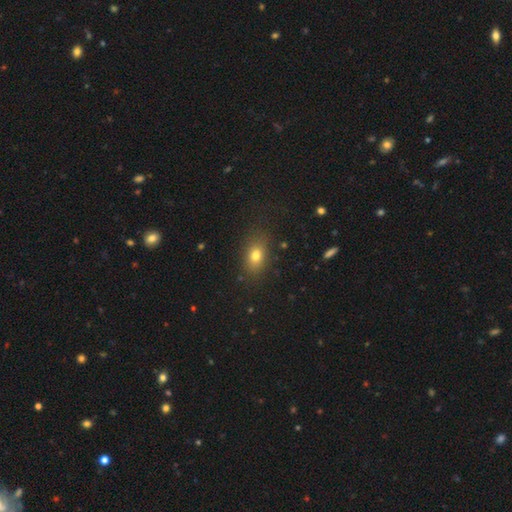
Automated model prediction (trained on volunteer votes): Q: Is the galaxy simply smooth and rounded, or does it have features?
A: smooth — 77%.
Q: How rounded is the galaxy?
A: in between — 75%.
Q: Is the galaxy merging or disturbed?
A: none — 81%.